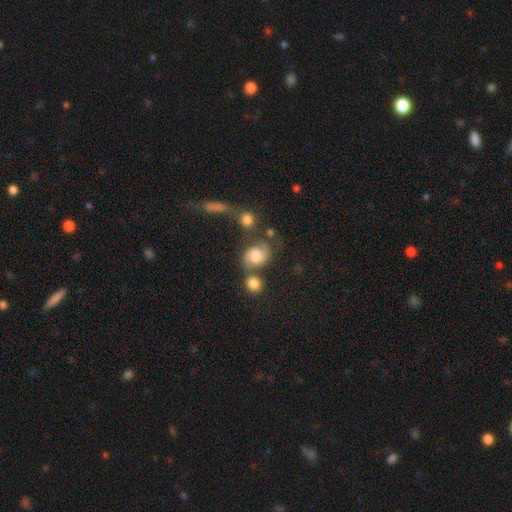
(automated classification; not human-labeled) Overall: featured or disk (51%; smooth 39%). Edge-on disk: no (97%). Merging: none (46%; merger 24%).